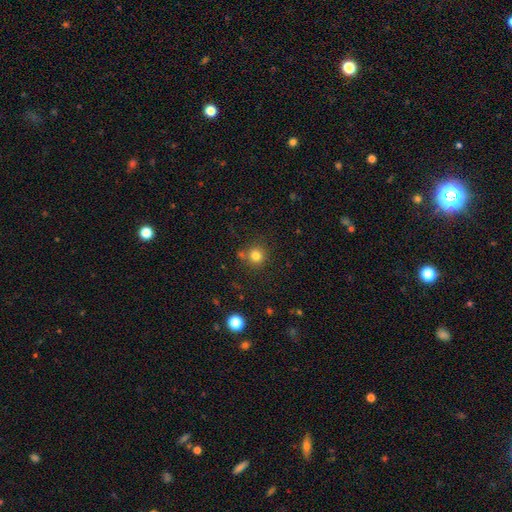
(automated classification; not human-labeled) A smooth galaxy with no disk features (79%) that is round (93%). Merging: none (77%).